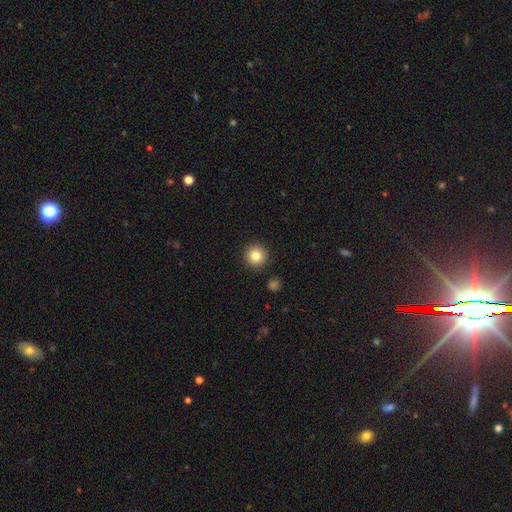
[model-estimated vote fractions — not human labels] A smooth galaxy with no disk features (84%) that is round (95%). Merging: none (91%).